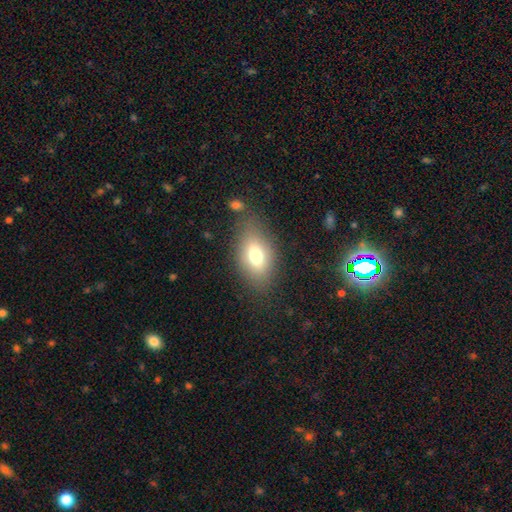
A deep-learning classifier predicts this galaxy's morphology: Smooth or featured: smooth — 73% (featured or disk — 17%)
How rounded: in between — 86% (round — 11%)
Merging: none — 74% (minor disturbance — 16%)